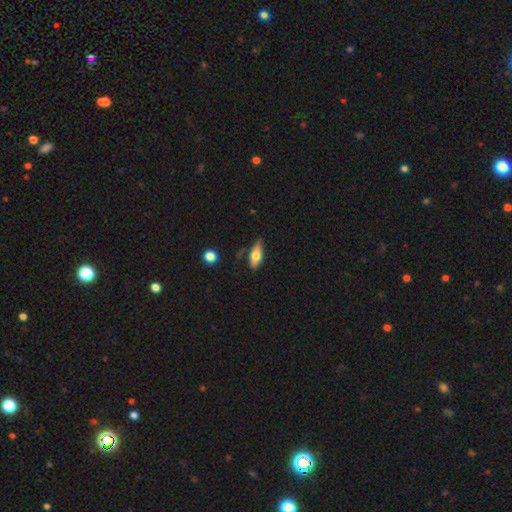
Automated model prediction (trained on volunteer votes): Smooth or featured?
  - smooth: 66% *
  - featured or disk: 28%
  - star or artifact: 7%
How rounded?
  - in between: 72% *
  - cigar-shaped: 25%
  - round: 3%
Merging?
  - none: 68% *
  - minor disturbance: 23%
  - major disturbance: 5%
  - merger: 4%